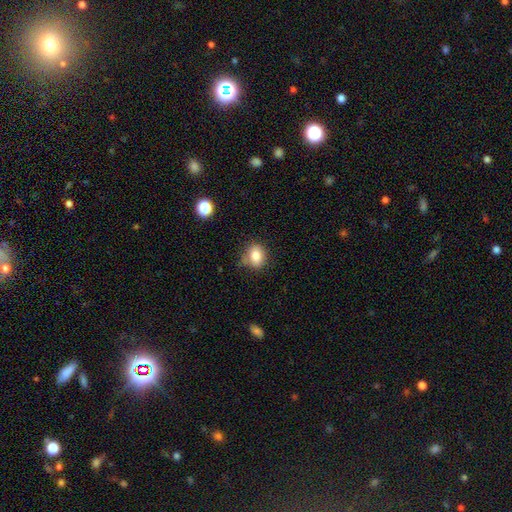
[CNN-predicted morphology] Smooth or featured? Predicted: smooth (p=0.82). How rounded? Predicted: in between (p=0.53). Merging? Predicted: none (p=0.69).